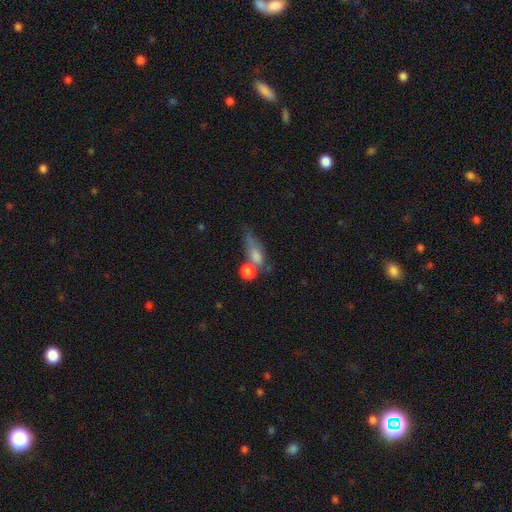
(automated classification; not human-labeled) This appears to be a smooth galaxy with no disk features (66%) that is in between round and cigar-shaped (58%). Merging: none (31%).